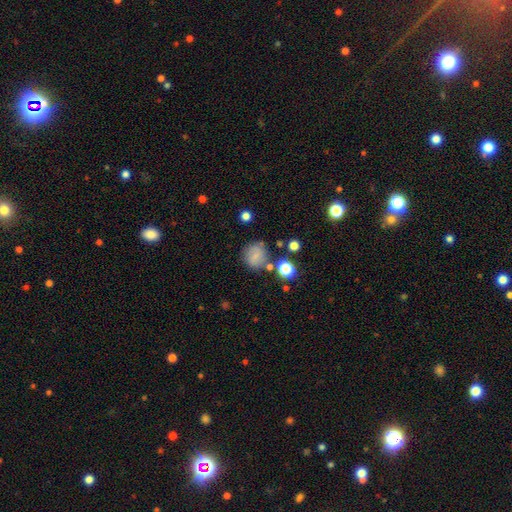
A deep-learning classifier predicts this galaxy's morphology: Smooth or featured? smooth (73%)
How rounded? round (84%)
Merging? none (70%)